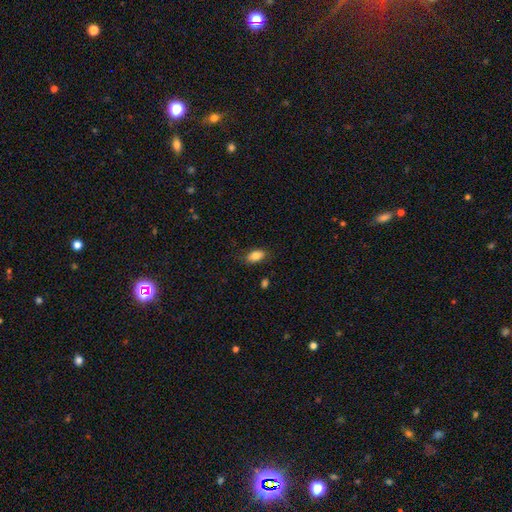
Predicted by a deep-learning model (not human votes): Q: Smooth or featured?
A: smooth (83%); runner-up: featured or disk (10%)
Q: How rounded?
A: in between (90%); runner-up: round (5%)
Q: Merging?
A: none (83%); runner-up: minor disturbance (13%)